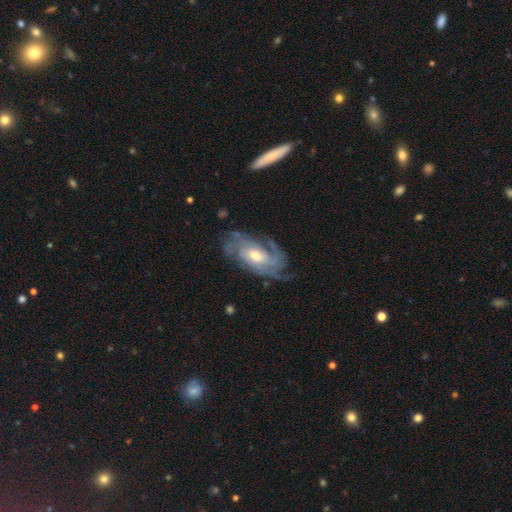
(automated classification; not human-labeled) This appears to be a featured or disk galaxy (87%) with no bar (59%), tight (59%) spiral arms (95%) and a moderate central bulge (64%). Merging: none (68%).